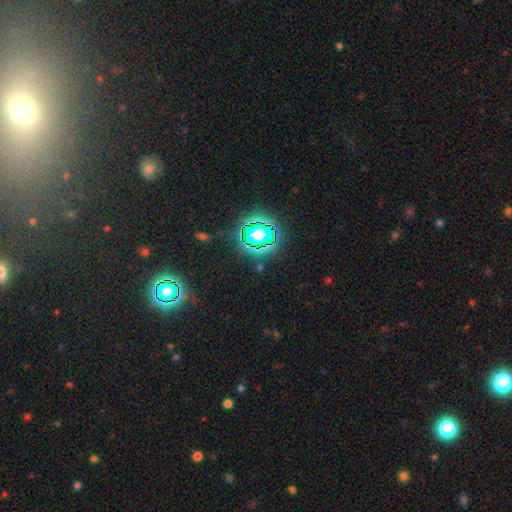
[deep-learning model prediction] star or artifact 71%, smooth 18%, featured or disk 11%.